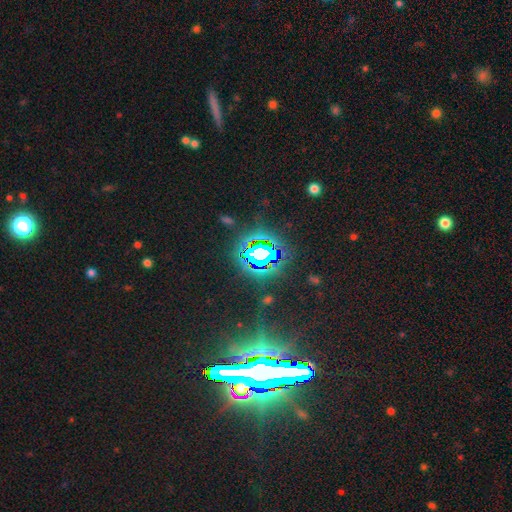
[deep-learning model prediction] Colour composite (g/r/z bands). It shows a star or artifact, not a galaxy (81%).